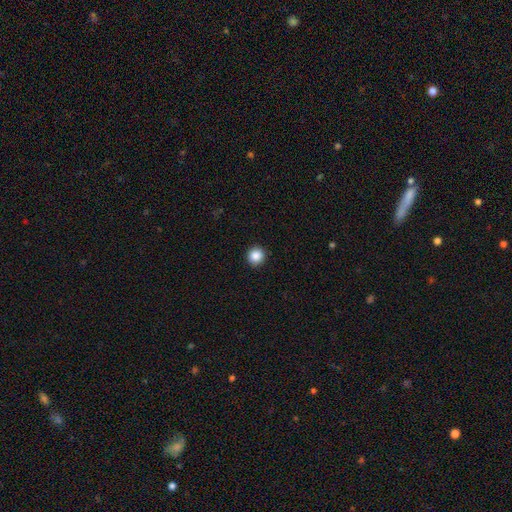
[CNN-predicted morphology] Smooth or featured? smooth (88%)
How rounded? round (93%)
Merging? none (93%)